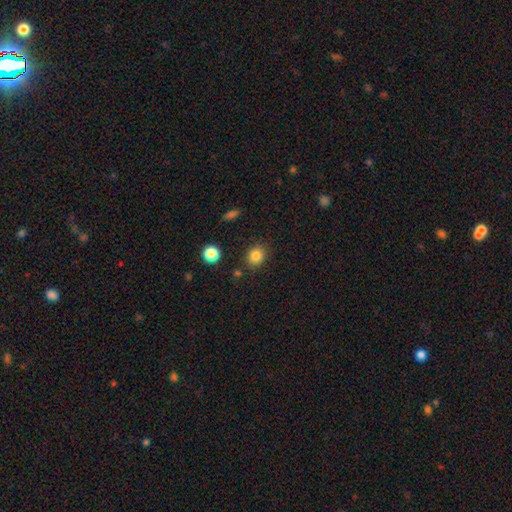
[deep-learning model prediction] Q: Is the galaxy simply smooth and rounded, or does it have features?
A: smooth — 84%.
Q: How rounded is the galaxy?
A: round — 67%.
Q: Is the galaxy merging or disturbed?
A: none — 82%.